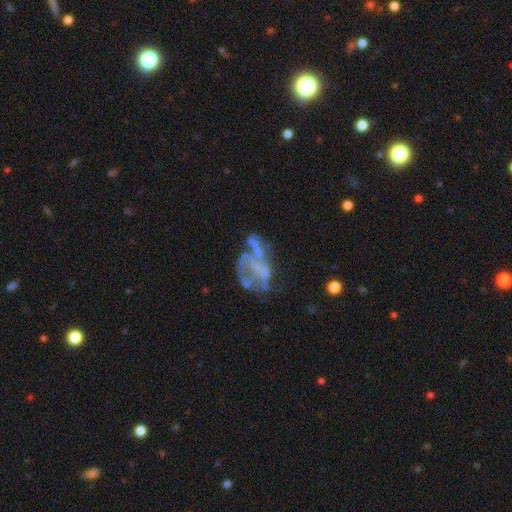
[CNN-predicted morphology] This appears to be a featured or disk galaxy (65%) with no bar (83%), no spiral arms (79%) and no central bulge (74%). Merging: major disturbance (35%, tied with none).